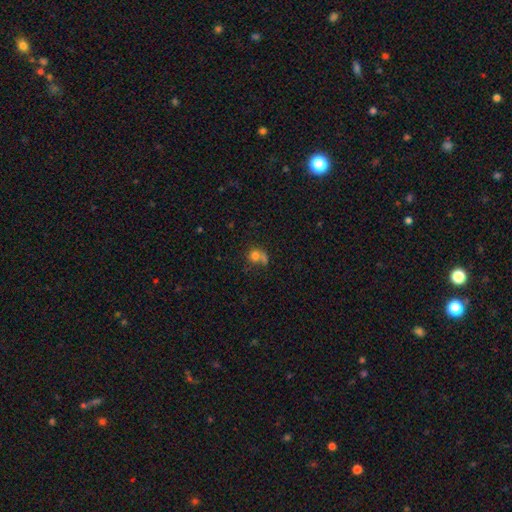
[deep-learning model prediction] Smooth or featured: smooth — 72% (featured or disk — 16%)
How rounded: round — 75% (in between — 23%)
Merging: merger — 37% (none — 34%)